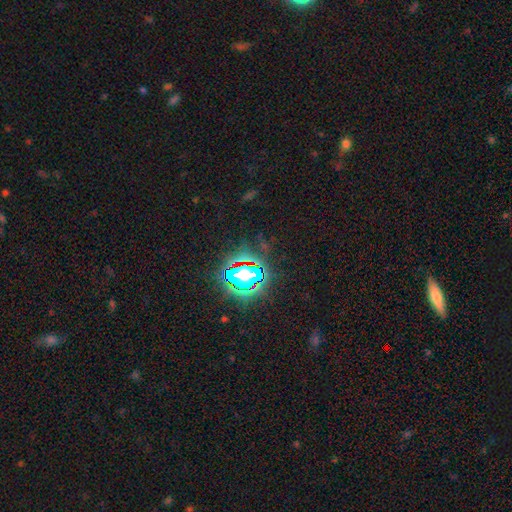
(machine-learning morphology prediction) This appears to be a star or artifact, not a galaxy (81%).